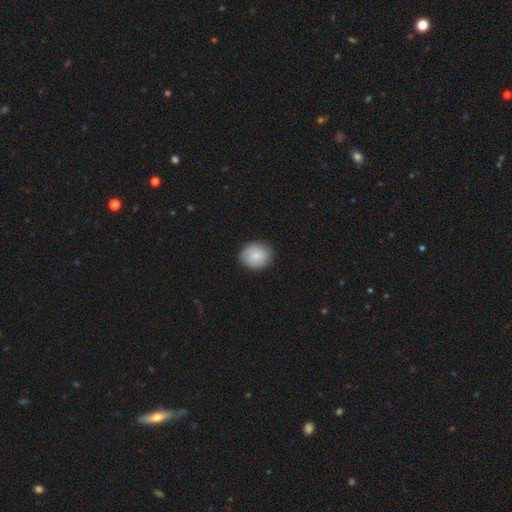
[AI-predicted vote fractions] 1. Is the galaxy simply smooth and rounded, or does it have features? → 79% smooth, 14% featured or disk, 7% star or artifact.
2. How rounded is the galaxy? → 74% round, 25% in between, 1% cigar-shaped.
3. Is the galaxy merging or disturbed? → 84% none, 12% minor disturbance, 2% major disturbance, 1% merger.